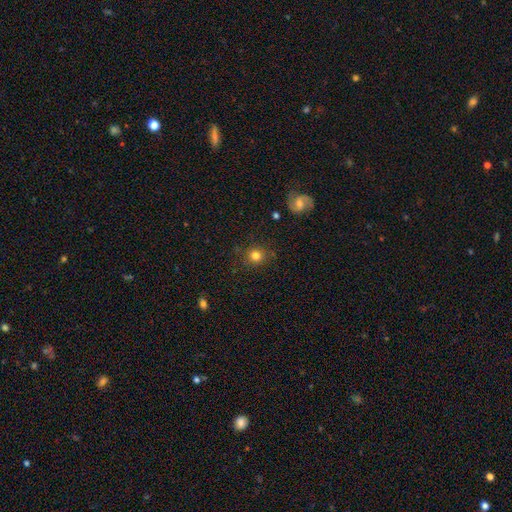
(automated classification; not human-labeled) Smooth or featured?
  - smooth: 81% *
  - star or artifact: 12%
  - featured or disk: 7%
How rounded?
  - round: 89% *
  - in between: 10%
  - cigar-shaped: 1%
Merging?
  - none: 84% *
  - minor disturbance: 10%
  - major disturbance: 3%
  - merger: 2%